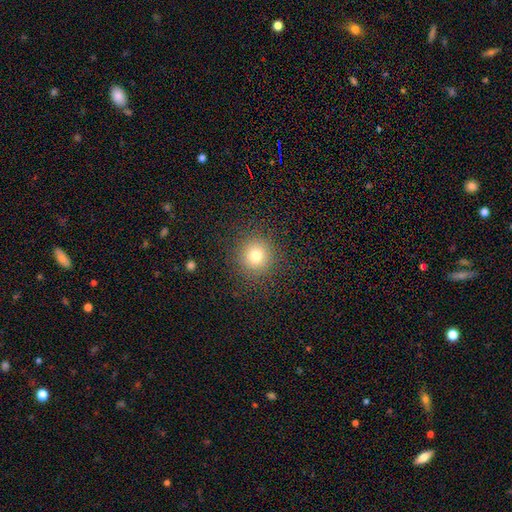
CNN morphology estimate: Smooth or featured?
  - smooth: 77% *
  - star or artifact: 15%
  - featured or disk: 8%
How rounded?
  - round: 94% *
  - in between: 5%
  - cigar-shaped: 1%
Merging?
  - none: 89% *
  - minor disturbance: 7%
  - major disturbance: 3%
  - merger: 1%